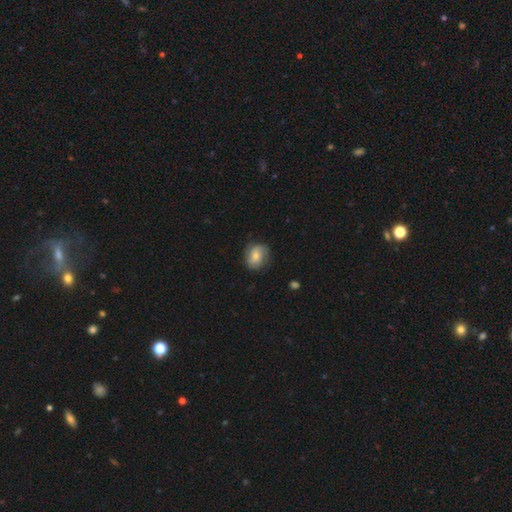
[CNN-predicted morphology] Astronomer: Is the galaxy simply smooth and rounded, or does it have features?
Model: smooth — 55% (runner-up: featured or disk, 38%).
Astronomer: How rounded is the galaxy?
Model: round — 58% (runner-up: in between, 41%).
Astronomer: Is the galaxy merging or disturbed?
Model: none — 73%.